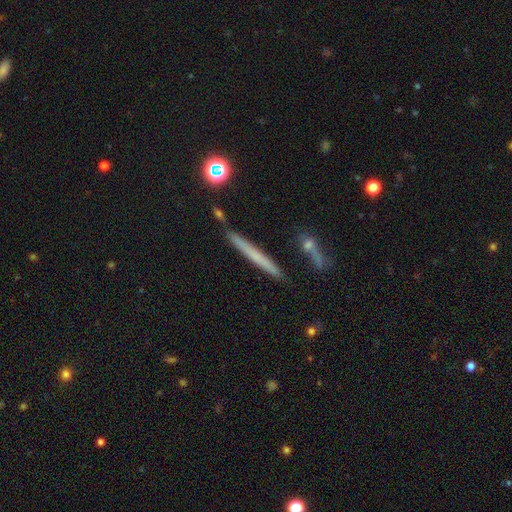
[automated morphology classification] Smooth or featured: smooth — 48% (featured or disk — 44%)
Merging: none — 85% (minor disturbance — 10%)